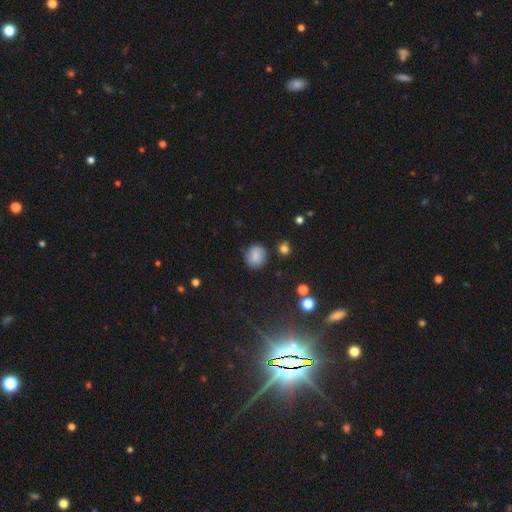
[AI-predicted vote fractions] This appears to be a smooth galaxy with no disk features (84%) that is round (77%). Merging: none (83%).